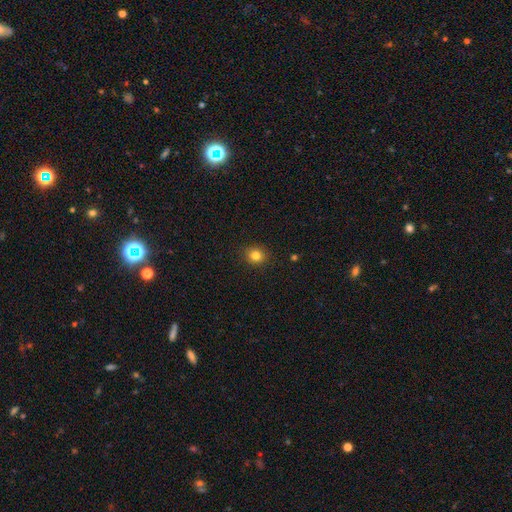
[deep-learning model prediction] A smooth galaxy with no disk features (82%) that is round (78%).

Vote fractions:
- Smooth or featured? smooth: 82% / star or artifact: 12% / featured or disk: 6%
- How rounded? round: 78% / in between: 21% / cigar-shaped: 1%
- Merging? none: 90% / minor disturbance: 7% / major disturbance: 2% / merger: 1%